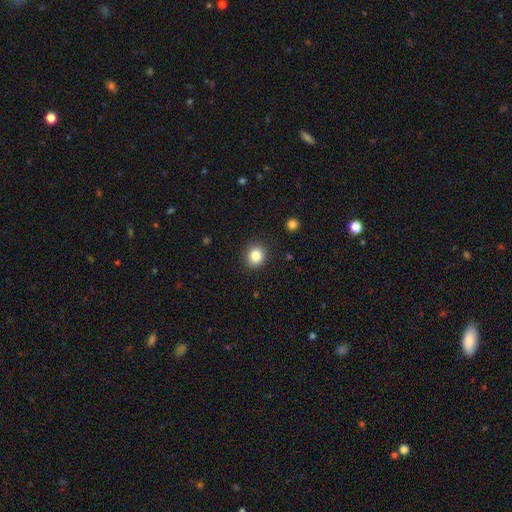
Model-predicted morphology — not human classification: Smooth or featured?
  - smooth: 84% *
  - star or artifact: 10%
  - featured or disk: 5%
How rounded?
  - round: 82% *
  - in between: 18%
  - cigar-shaped: 1%
Merging?
  - none: 90% *
  - minor disturbance: 7%
  - major disturbance: 2%
  - merger: 1%